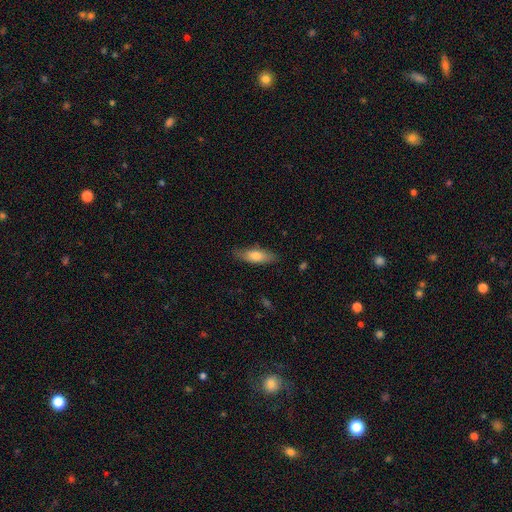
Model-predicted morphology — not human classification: Smooth or featured: smooth — 71% (featured or disk — 23%)
How rounded: in between — 59% (cigar-shaped — 39%)
Merging: none — 82% (minor disturbance — 14%)